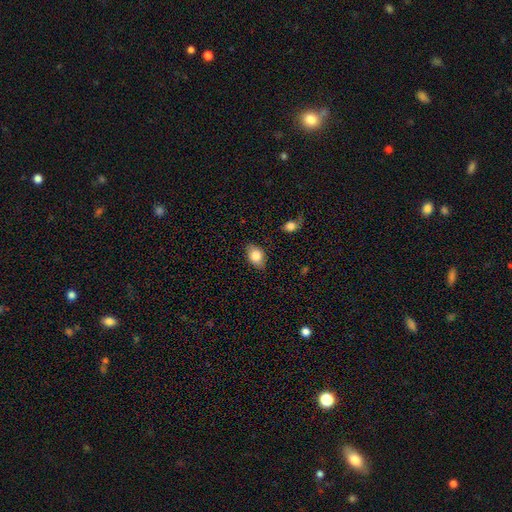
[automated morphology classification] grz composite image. It shows a smooth galaxy with no disk features (82%) that is in between round and cigar-shaped (82%). Merging: none (82%).